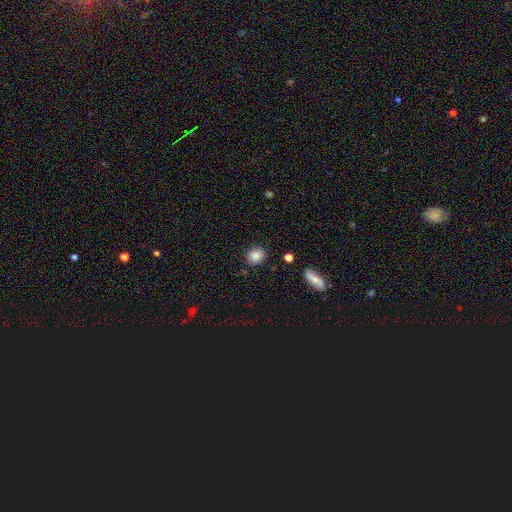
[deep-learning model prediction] This is clearly a smooth galaxy (86%). How rounded: likely round (67%). Merging: clearly none (85%).